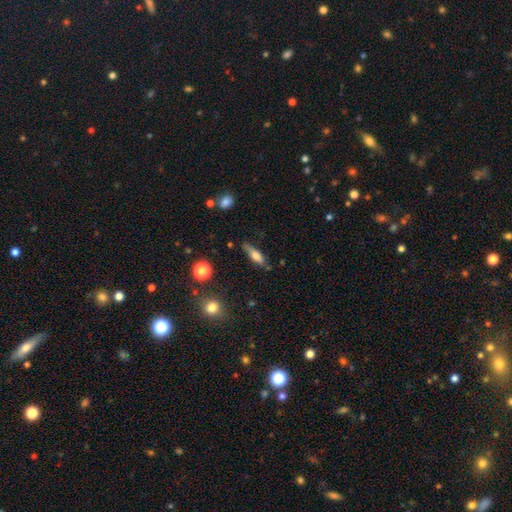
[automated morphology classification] A smooth galaxy with no disk features (63%) that is cigar-shaped (54%).

Vote fractions:
- Smooth or featured? smooth: 63% / featured or disk: 29% / star or artifact: 8%
- How rounded? cigar-shaped: 54% / in between: 43% / round: 3%
- Merging? none: 71% / minor disturbance: 21% / major disturbance: 5% / merger: 3%